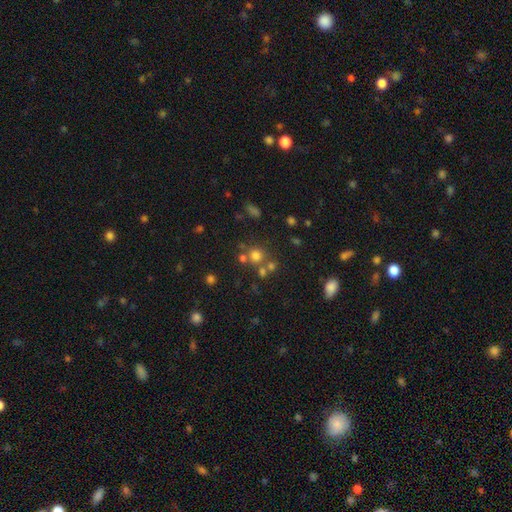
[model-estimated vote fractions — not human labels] Smooth or featured: smooth — 66% (star or artifact — 21%)
How rounded: round — 89% (in between — 10%)
Merging: none — 62% (merger — 24%)